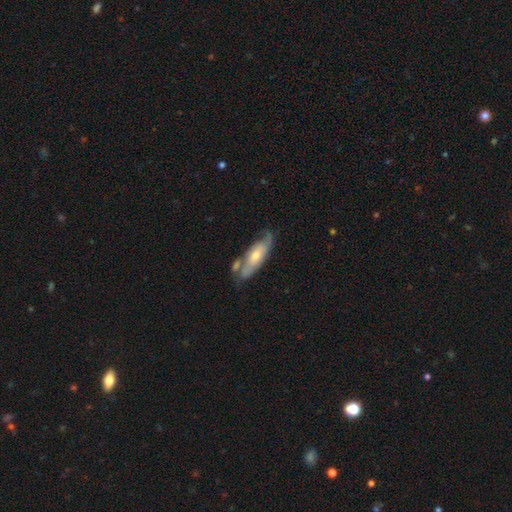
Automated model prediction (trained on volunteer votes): Overall: featured or disk (56%; smooth 38%). Edge-on disk: no (72%). Merging: none (52%; minor disturbance 23%).